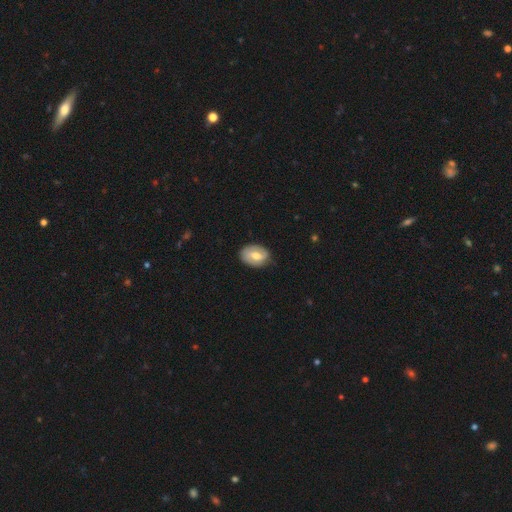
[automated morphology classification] Smooth or featured? featured or disk (50%)
Edge-on disk? no (96%)
Merging? none (78%)